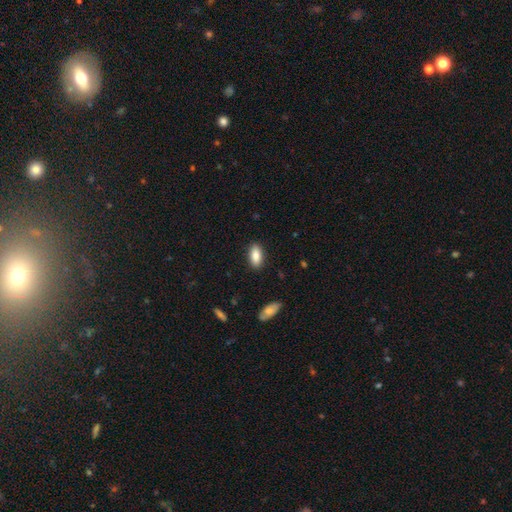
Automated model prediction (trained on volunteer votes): Q: Smooth or featured?
A: smooth (87%); runner-up: star or artifact (7%)
Q: How rounded?
A: in between (89%); runner-up: cigar-shaped (8%)
Q: Merging?
A: none (88%); runner-up: minor disturbance (9%)